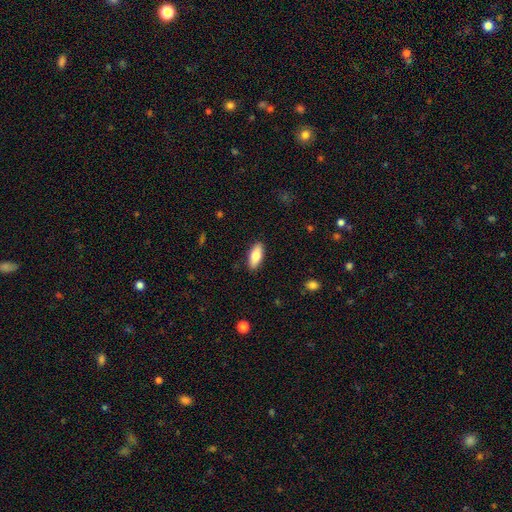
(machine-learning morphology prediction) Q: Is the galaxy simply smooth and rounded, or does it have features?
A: smooth — 79%.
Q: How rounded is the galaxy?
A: in between — 80%.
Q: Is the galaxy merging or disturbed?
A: none — 89%.